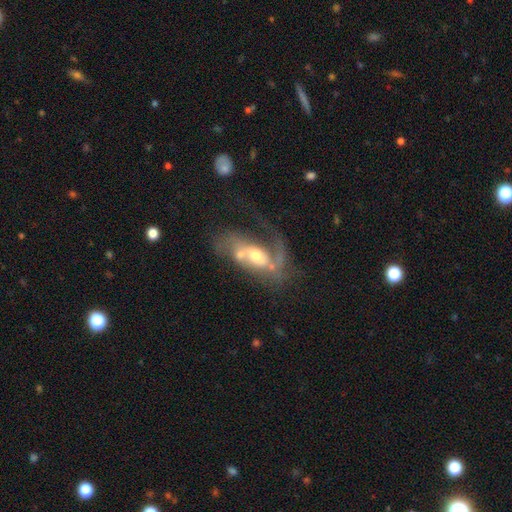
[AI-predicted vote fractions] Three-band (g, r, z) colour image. It shows a featured or disk galaxy (77%) with no bar (52%), 1 (40%) loose (49%) spiral arms (81%) and a moderate central bulge (62%). Merging: major disturbance (32%).